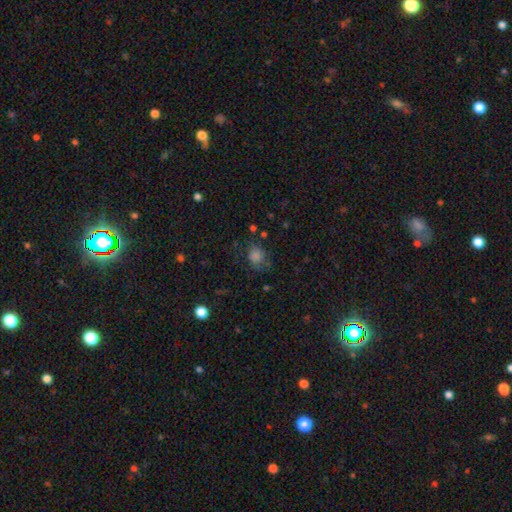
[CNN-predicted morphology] A smooth galaxy with no disk features (67%) that is round (60%). Merging: none (60%).